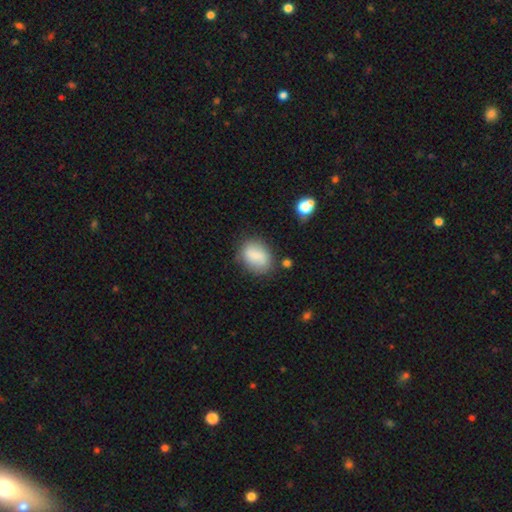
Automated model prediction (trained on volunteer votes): smooth_or_featured: smooth (p=0.78) [alt: featured or disk p=0.14]
how_rounded: in between (p=0.70) [alt: round p=0.29]
merging: none (p=0.70) [alt: minor disturbance p=0.19]